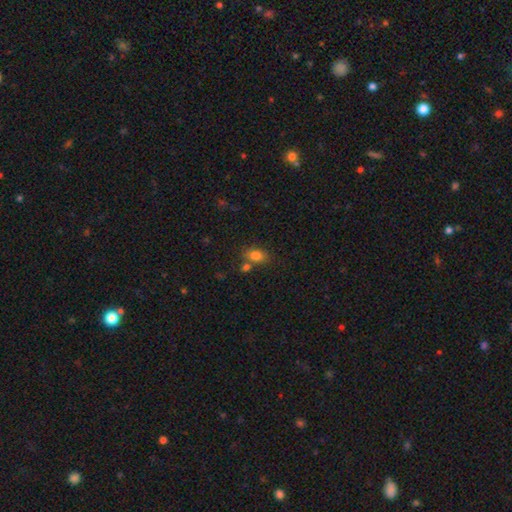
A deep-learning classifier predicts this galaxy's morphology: Smooth or featured? Predicted: smooth (p=0.81). How rounded? Predicted: in between (p=0.79). Merging? Predicted: none (p=0.59).